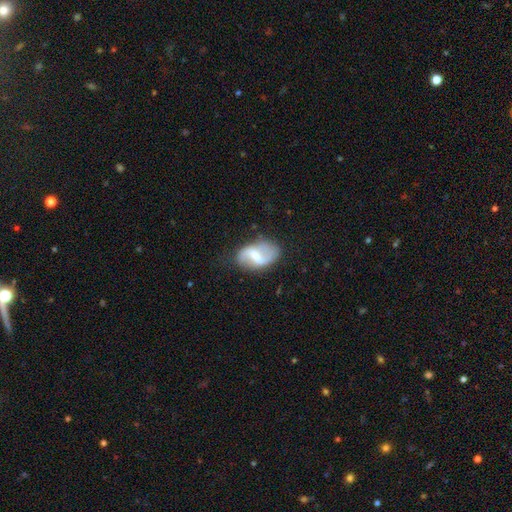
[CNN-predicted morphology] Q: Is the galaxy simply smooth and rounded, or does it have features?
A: featured or disk — 72%.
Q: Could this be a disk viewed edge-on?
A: no — 97%.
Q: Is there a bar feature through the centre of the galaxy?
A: weak — 49%.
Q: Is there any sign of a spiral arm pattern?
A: yes — 85%.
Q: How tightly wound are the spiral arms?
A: loose — 63%.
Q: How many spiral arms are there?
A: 2 — 86%.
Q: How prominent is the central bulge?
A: small — 42%.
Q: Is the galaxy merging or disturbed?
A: none — 70%.